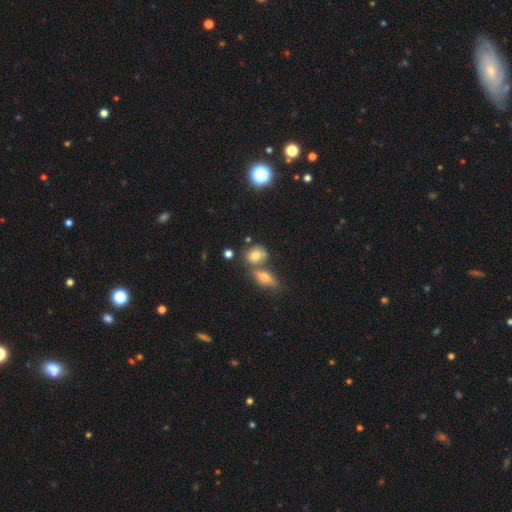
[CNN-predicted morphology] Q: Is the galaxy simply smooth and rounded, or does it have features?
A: smooth — 70%.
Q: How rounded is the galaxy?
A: in between — 58%.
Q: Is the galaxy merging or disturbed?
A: none — 45%.